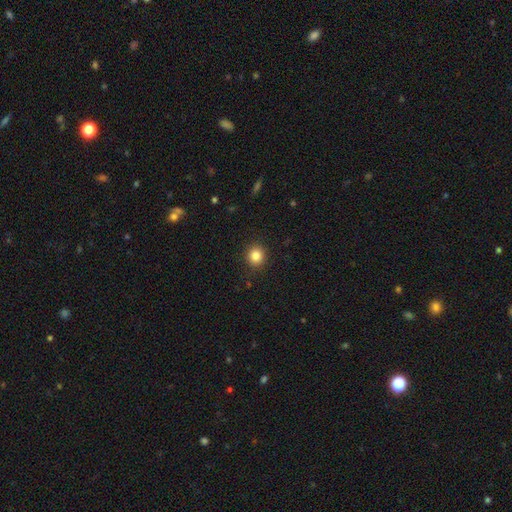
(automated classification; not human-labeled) Smooth or featured?
  - smooth: 85% *
  - star or artifact: 11%
  - featured or disk: 5%
How rounded?
  - round: 89% *
  - in between: 11%
  - cigar-shaped: 1%
Merging?
  - none: 91% *
  - minor disturbance: 6%
  - major disturbance: 2%
  - merger: 1%